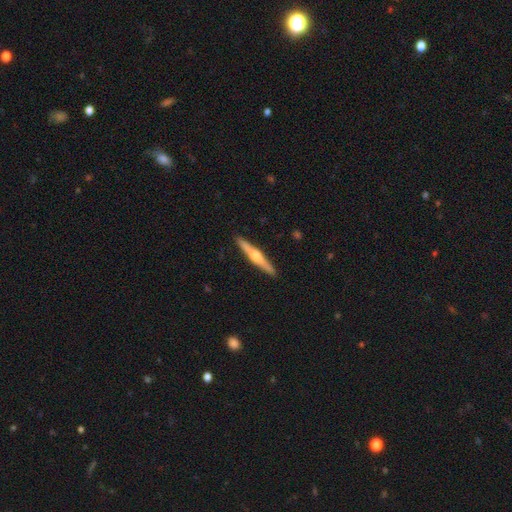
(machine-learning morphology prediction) smooth-or-featured: featured or disk: 68% | smooth: 27% | star or artifact: 5%
  disk-edge-on: yes: 97% | no: 3%
    edge-on-bulge: rounded: 93% | none: 4% | boxy: 4%
  merging: none: 92% | minor disturbance: 6% | major disturbance: 1% | merger: 1%